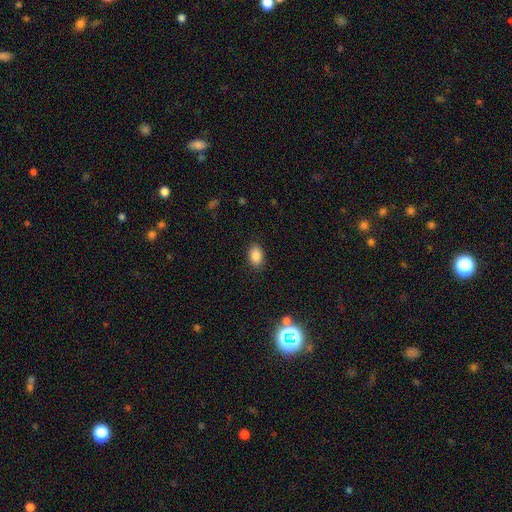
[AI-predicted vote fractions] smooth 86%, star or artifact 9%, featured or disk 5%. Down the decision tree: how rounded — in between (84%); merging — none (87%).